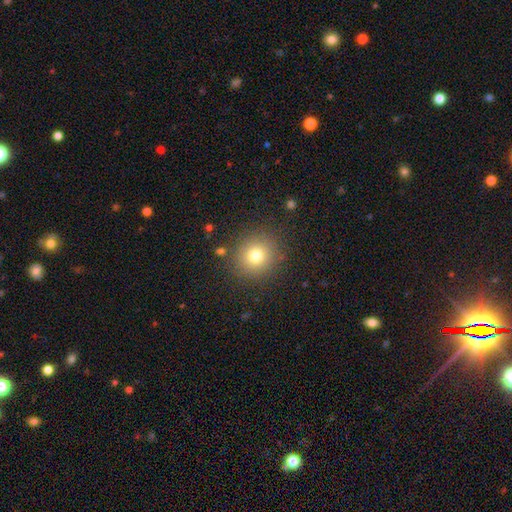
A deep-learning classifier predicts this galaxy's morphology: This is likely a smooth galaxy (76%). How rounded: clearly round (89%). Merging: clearly none (86%).